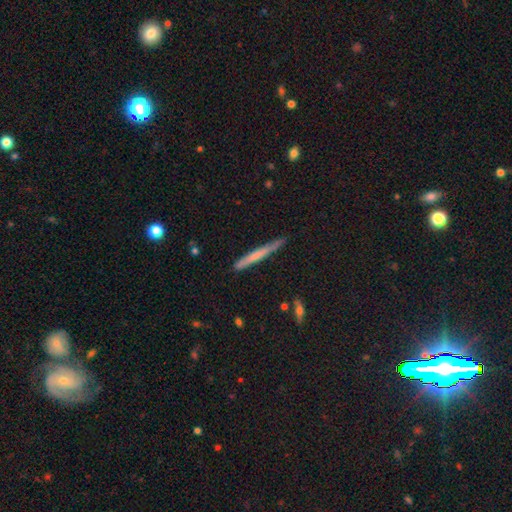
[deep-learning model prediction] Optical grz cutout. It shows a smooth galaxy with no disk features (53%) that is cigar-shaped (96%). Merging: none (80%).